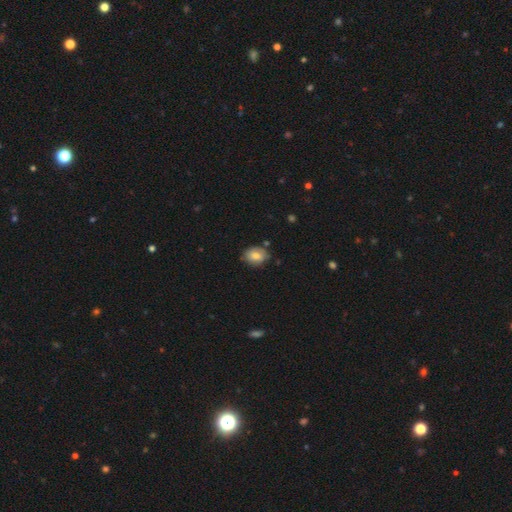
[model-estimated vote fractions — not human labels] smooth_or_featured: smooth (p=0.73) [alt: featured or disk p=0.19]
how_rounded: in between (p=0.64) [alt: round p=0.35]
merging: none (p=0.72) [alt: minor disturbance p=0.21]